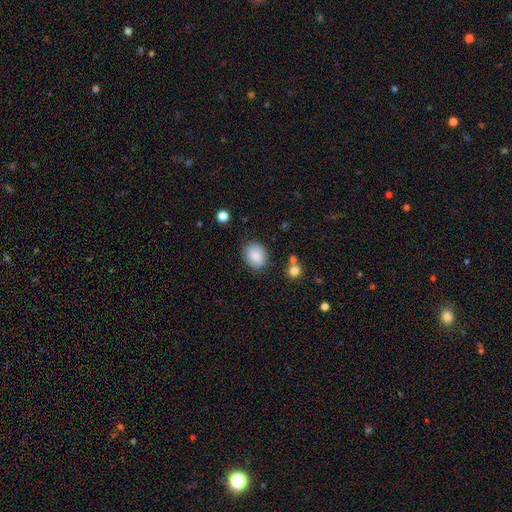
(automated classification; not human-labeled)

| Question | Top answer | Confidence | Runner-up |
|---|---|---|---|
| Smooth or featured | smooth | 84% | featured or disk (8%) |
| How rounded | in between | 53% | round (46%) |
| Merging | none | 82% | minor disturbance (13%) |